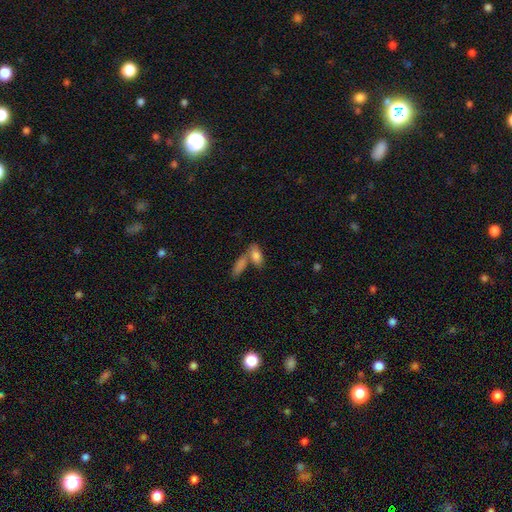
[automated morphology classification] smooth-or-featured: smooth: 79% | featured or disk: 13% | star or artifact: 8%
  how-rounded: in between: 79% | cigar-shaped: 18% | round: 4%
  merging: merger: 48% | none: 38% | minor disturbance: 10% | major disturbance: 4%